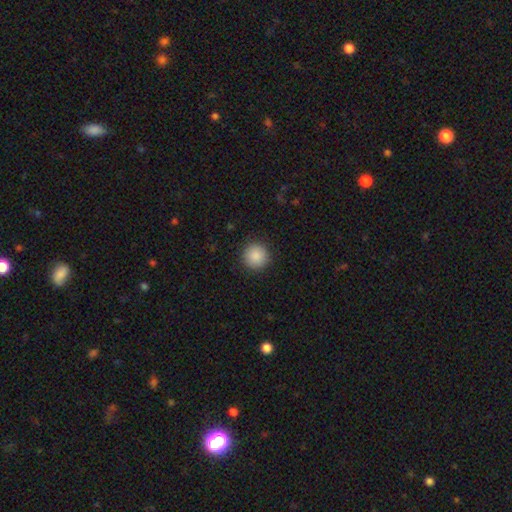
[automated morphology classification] A smooth galaxy with no disk features (89%) that is round (95%). Merging: none (91%).